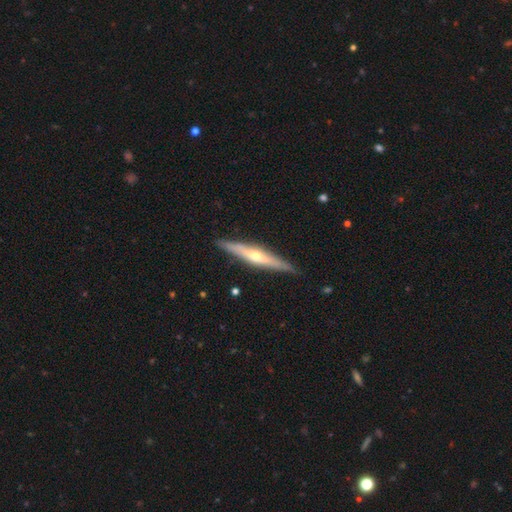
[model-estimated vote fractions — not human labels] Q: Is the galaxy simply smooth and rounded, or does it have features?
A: featured or disk — 66%.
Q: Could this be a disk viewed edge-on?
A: yes — 95%.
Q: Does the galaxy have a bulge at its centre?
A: rounded — 84%.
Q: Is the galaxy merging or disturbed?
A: none — 88%.